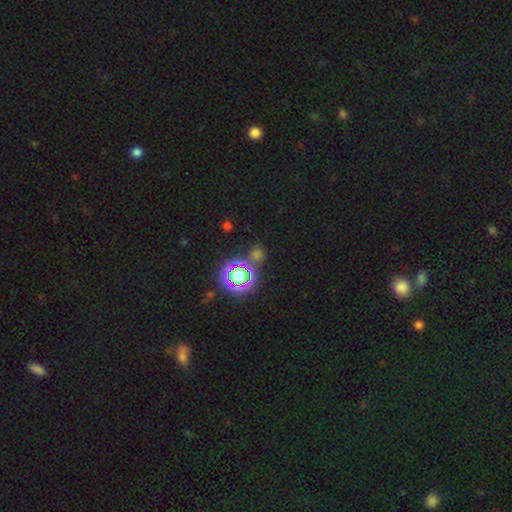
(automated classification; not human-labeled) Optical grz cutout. It shows a star or artifact, not a galaxy (56%).